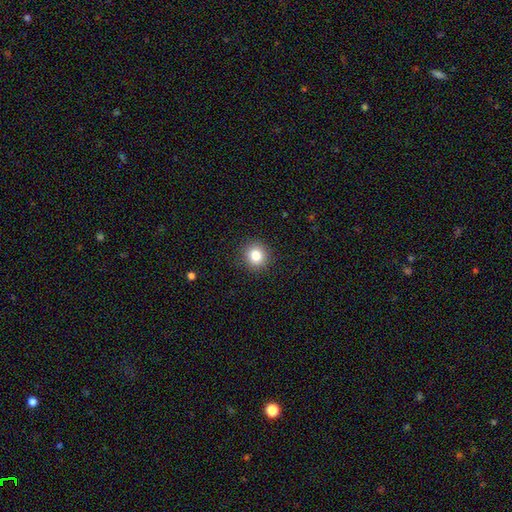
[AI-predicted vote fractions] smooth 83%, star or artifact 11%, featured or disk 6%. Down the decision tree: how rounded — round (92%); merging — none (91%).